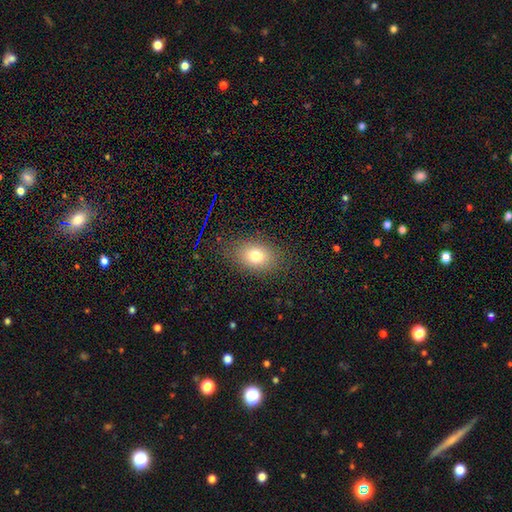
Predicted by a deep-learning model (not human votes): smooth_or_featured: smooth (p=0.74) [alt: star or artifact p=0.13]
how_rounded: in between (p=0.73) [alt: round p=0.25]
merging: none (p=0.84) [alt: minor disturbance p=0.10]